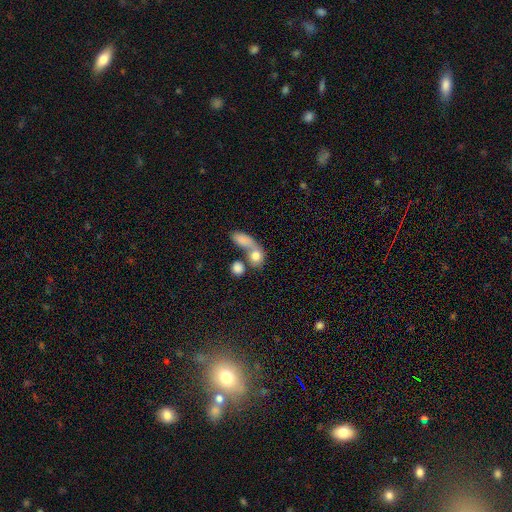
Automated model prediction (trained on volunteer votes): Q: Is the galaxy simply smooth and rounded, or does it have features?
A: smooth — 79%.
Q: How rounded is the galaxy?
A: round — 58%.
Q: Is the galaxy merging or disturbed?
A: merger — 49%.